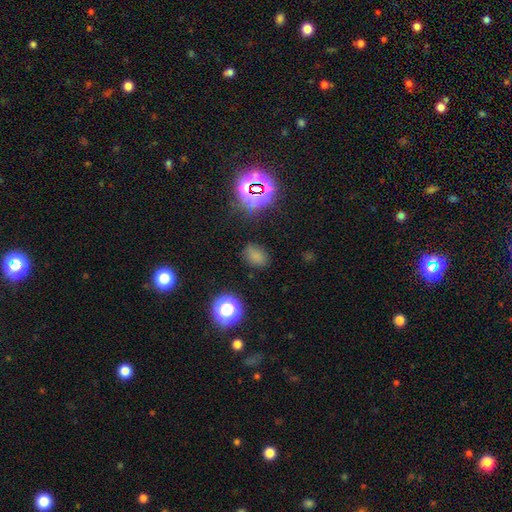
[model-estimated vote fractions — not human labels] A smooth galaxy with no disk features (67%) that is in between round and cigar-shaped (75%). Merging: none (76%).